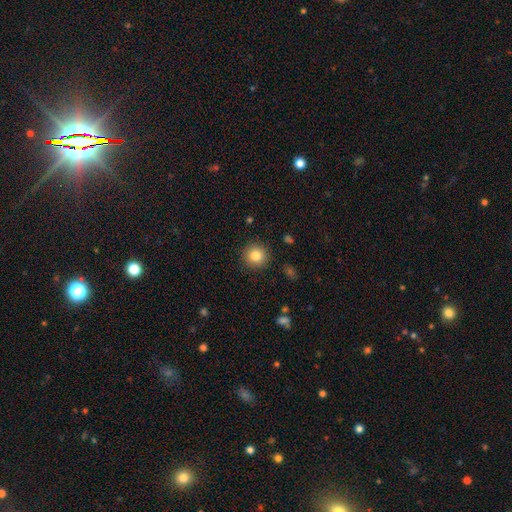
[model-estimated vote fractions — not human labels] Q: Smooth or featured?
A: smooth (83%); runner-up: star or artifact (10%)
Q: How rounded?
A: round (94%); runner-up: in between (5%)
Q: Merging?
A: none (90%); runner-up: minor disturbance (6%)